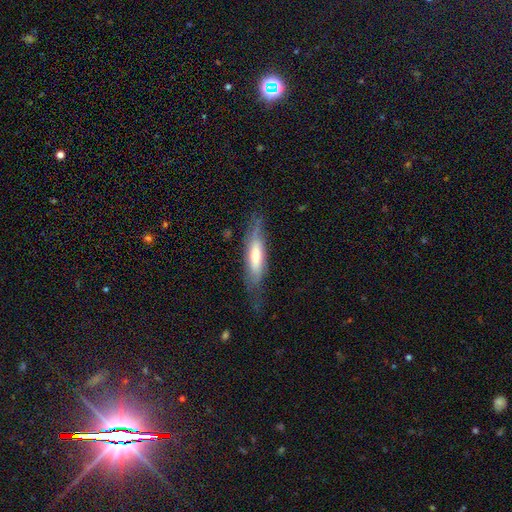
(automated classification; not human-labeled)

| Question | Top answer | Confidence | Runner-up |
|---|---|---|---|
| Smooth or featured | smooth | 50% | featured or disk (44%) |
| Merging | none | 62% | minor disturbance (25%) |